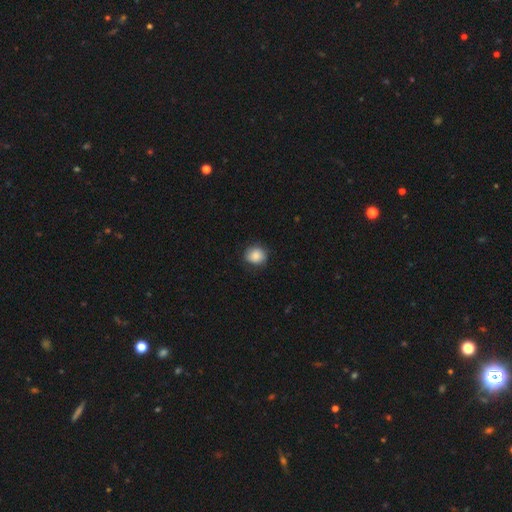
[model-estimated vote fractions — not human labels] smooth 86%, star or artifact 8%, featured or disk 6%. Down the decision tree: how rounded — round (74%); merging — none (79%).